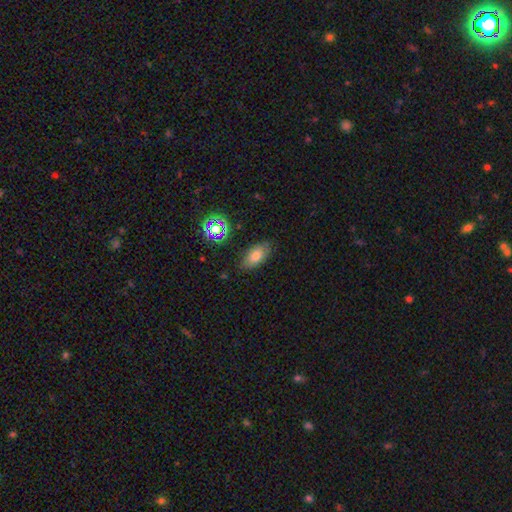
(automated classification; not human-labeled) This appears to be a smooth galaxy with no disk features (74%) that is in between round and cigar-shaped (90%). Merging: none (81%).